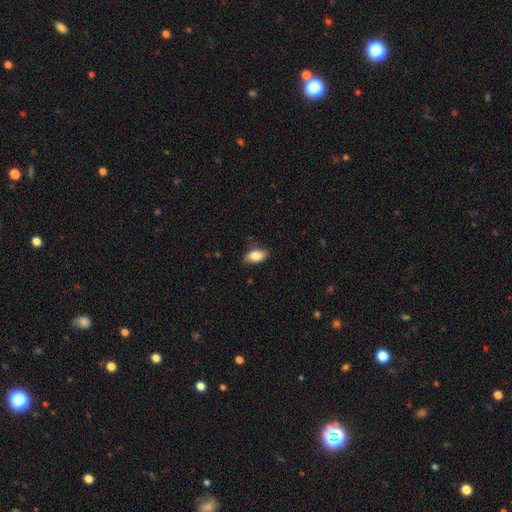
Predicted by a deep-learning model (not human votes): smooth_or_featured: smooth (p=0.82) [alt: featured or disk p=0.11]
how_rounded: in between (p=0.89) [alt: cigar-shaped p=0.06]
merging: none (p=0.77) [alt: minor disturbance p=0.19]